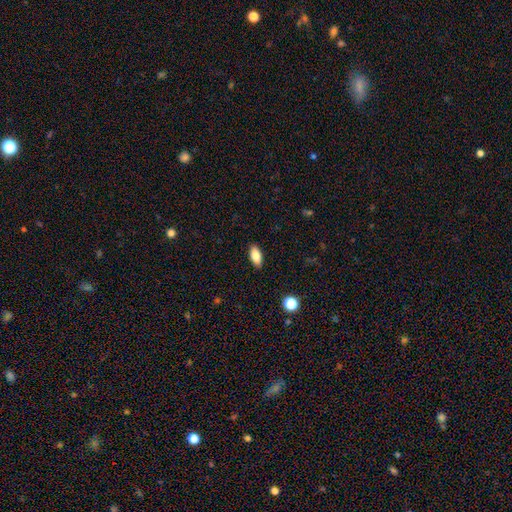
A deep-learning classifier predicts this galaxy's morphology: A smooth galaxy with no disk features (83%) that is in between round and cigar-shaped (89%).

Vote fractions:
- Smooth or featured? smooth: 83% / featured or disk: 9% / star or artifact: 8%
- How rounded? in between: 89% / cigar-shaped: 8% / round: 3%
- Merging? none: 89% / minor disturbance: 8% / major disturbance: 2% / merger: 1%